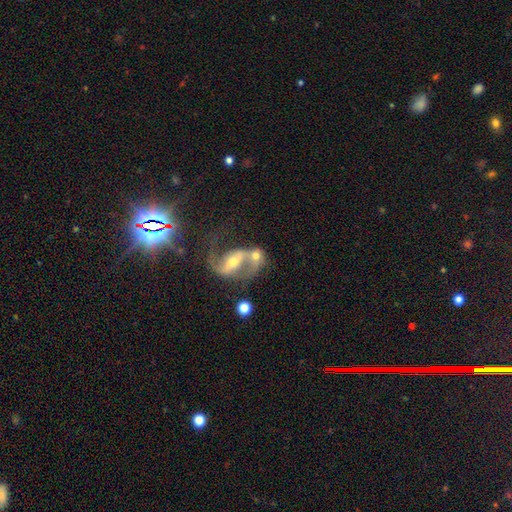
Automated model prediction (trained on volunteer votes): This appears to be a featured or disk galaxy (79%) with a strong bar (50%), 2 (86%) loose (46%) spiral arms (88%) and a moderate central bulge (55%). Merging: merger (39%).